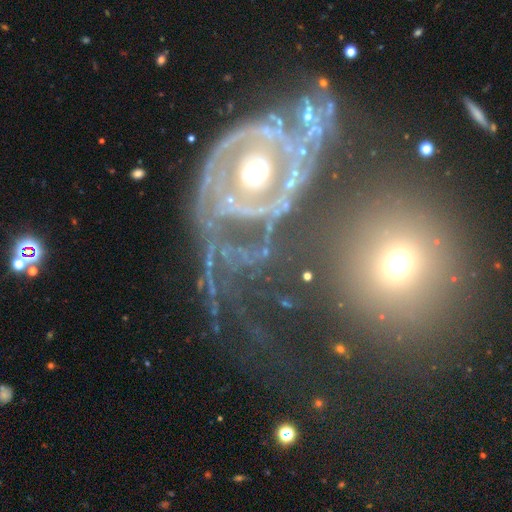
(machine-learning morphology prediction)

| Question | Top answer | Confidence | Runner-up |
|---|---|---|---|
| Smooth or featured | featured or disk | 75% | star or artifact (13%) |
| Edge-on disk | no | 95% | yes (5%) |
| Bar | no | 70% | weak (18%) |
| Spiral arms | yes | 77% | no (23%) |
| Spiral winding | tight | 41% | medium (34%) |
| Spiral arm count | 2 | 41% | can't tell (24%) |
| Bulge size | moderate | 62% | small (17%) |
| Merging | none | 38% | major disturbance (32%) |